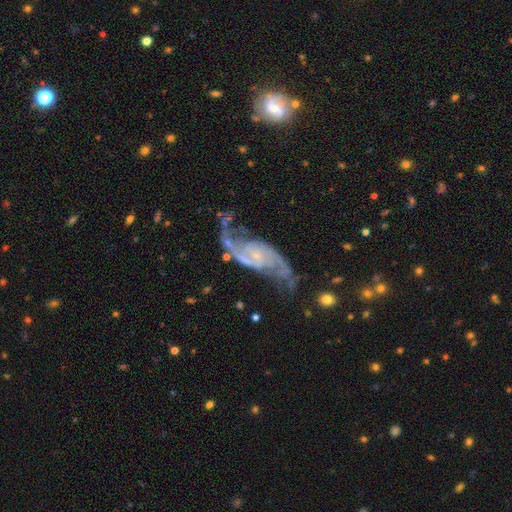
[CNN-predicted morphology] type=featured or disk (90%); edge-on=no (96%); bar=no (54%); spiral arms=yes (97%); winding=loose (49%); arm count=2 (89%); bulge=small (72%); merging=none (60%).